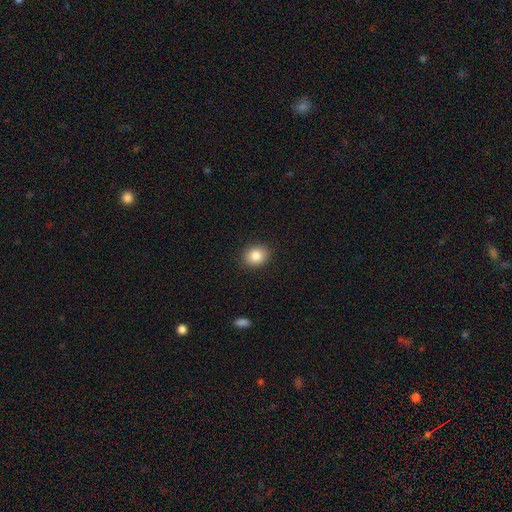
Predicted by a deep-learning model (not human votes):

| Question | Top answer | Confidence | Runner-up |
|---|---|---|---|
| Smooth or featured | smooth | 85% | star or artifact (9%) |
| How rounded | round | 63% | in between (36%) |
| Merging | none | 90% | minor disturbance (7%) |